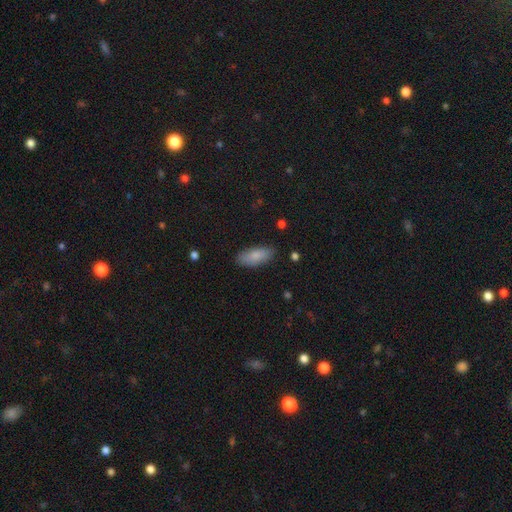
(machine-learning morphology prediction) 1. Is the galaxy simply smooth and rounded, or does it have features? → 84% smooth, 10% featured or disk, 6% star or artifact.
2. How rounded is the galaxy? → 80% in between, 18% cigar-shaped, 2% round.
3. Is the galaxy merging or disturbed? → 84% none, 12% minor disturbance, 3% major disturbance, 1% merger.